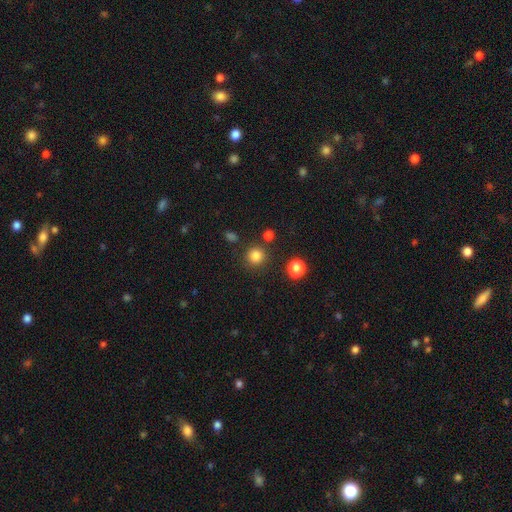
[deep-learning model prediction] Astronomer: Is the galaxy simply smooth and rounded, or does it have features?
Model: smooth — 82%.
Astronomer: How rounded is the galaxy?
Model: round — 93%.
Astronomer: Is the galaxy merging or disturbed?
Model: none — 85%.